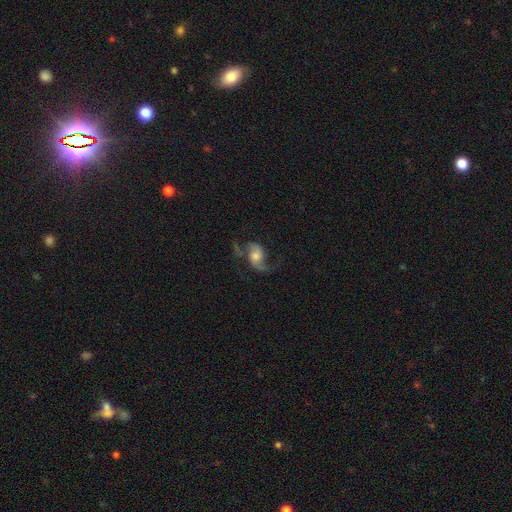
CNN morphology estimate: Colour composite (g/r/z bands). It shows a featured or disk galaxy (76%) with no bar (61%), 2 (86%) loose (69%) spiral arms (92%) and a moderate central bulge (44%). Merging: none (52%).